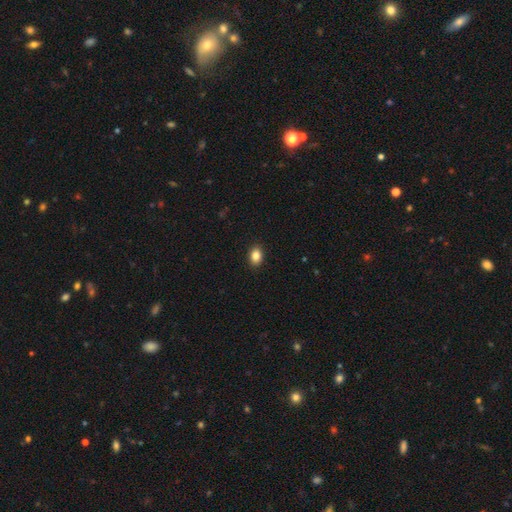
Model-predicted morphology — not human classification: smooth-or-featured: smooth: 87% | star or artifact: 9% | featured or disk: 5%
  how-rounded: in between: 77% | round: 22% | cigar-shaped: 1%
  merging: none: 91% | minor disturbance: 7% | major disturbance: 2% | merger: 1%